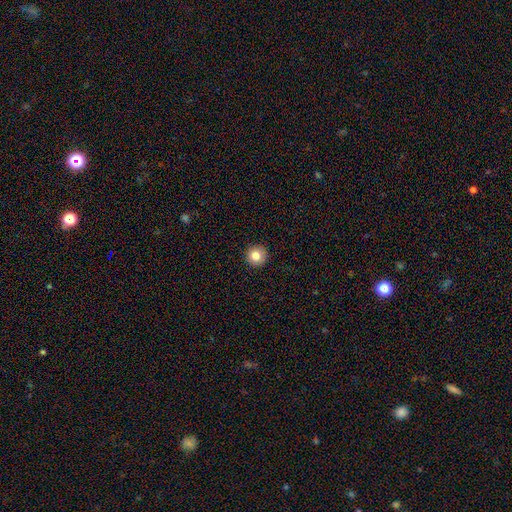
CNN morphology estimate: Smooth or featured? Predicted: smooth (p=0.83). How rounded? Predicted: round (p=0.96). Merging? Predicted: none (p=0.93).